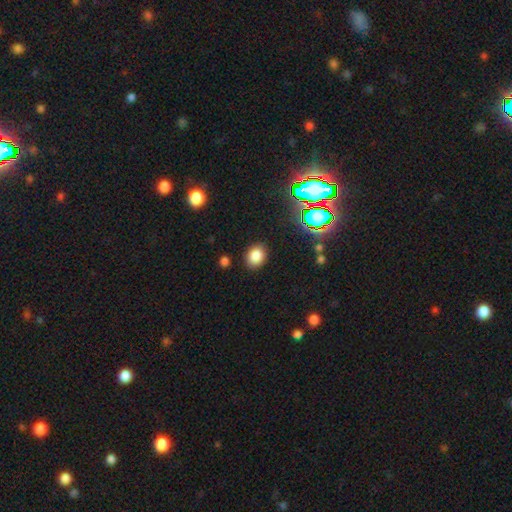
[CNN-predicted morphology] Q: Smooth or featured?
A: smooth (82%); runner-up: star or artifact (12%)
Q: How rounded?
A: in between (58%); runner-up: round (41%)
Q: Merging?
A: none (87%); runner-up: minor disturbance (9%)